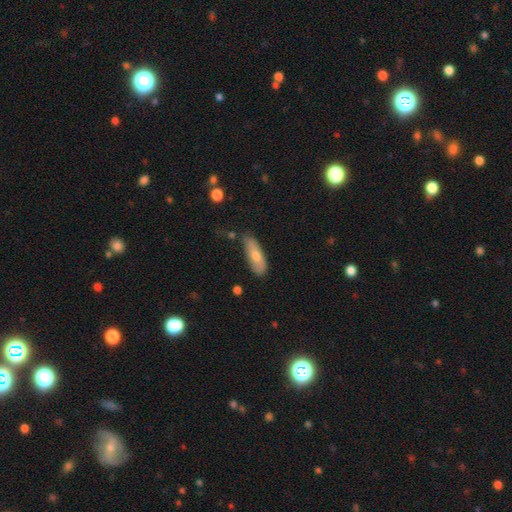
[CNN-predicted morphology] This is likely a smooth galaxy (72%). How rounded: likely in between (69%). Merging: likely none (67%).